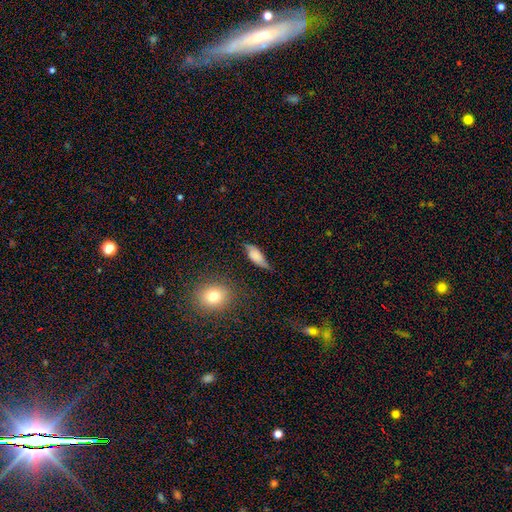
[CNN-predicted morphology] Smooth or featured: smooth — 59% (featured or disk — 33%)
How rounded: in between — 75% (cigar-shaped — 21%)
Merging: none — 54% (minor disturbance — 33%)